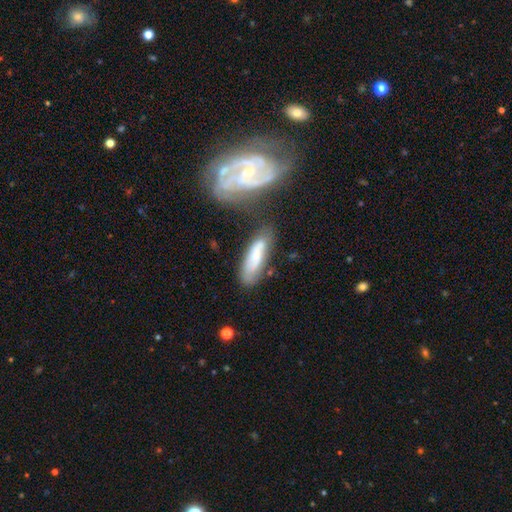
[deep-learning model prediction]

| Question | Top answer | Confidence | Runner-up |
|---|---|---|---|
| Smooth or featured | smooth | 55% | featured or disk (38%) |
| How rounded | cigar-shaped | 51% | in between (47%) |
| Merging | none | 58% | minor disturbance (21%) |